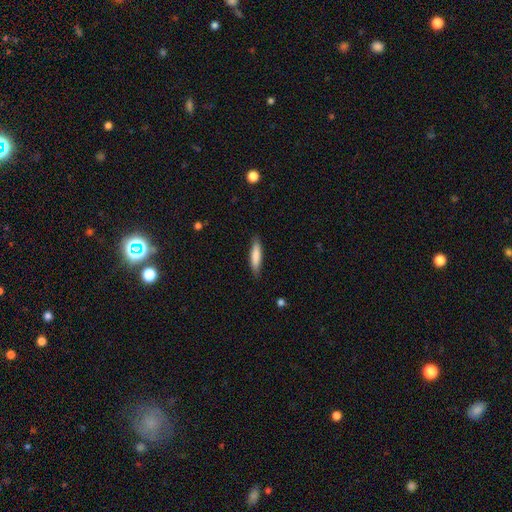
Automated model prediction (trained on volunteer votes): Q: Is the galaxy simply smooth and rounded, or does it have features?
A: smooth — 82%.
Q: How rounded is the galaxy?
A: cigar-shaped — 78%.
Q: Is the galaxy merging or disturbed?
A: none — 85%.